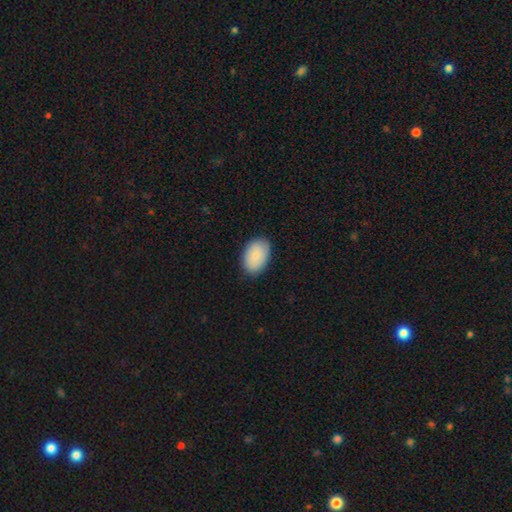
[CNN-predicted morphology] smooth-or-featured: smooth: 83% | featured or disk: 10% | star or artifact: 6%
  how-rounded: in between: 89% | round: 10% | cigar-shaped: 1%
  merging: none: 84% | minor disturbance: 13% | major disturbance: 2% | merger: 1%